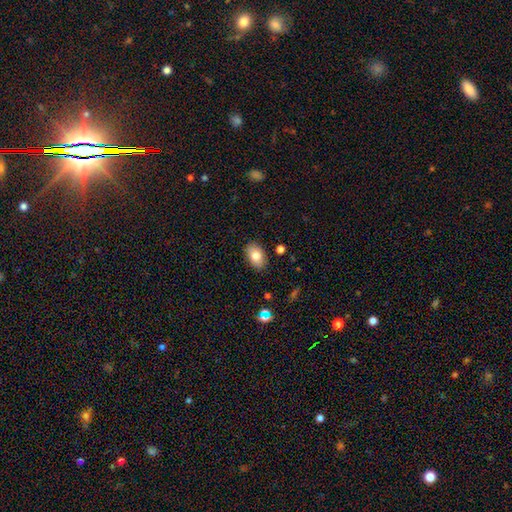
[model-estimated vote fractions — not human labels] Q: Smooth or featured?
A: smooth (80%); runner-up: featured or disk (12%)
Q: How rounded?
A: in between (89%); runner-up: round (9%)
Q: Merging?
A: none (86%); runner-up: minor disturbance (10%)